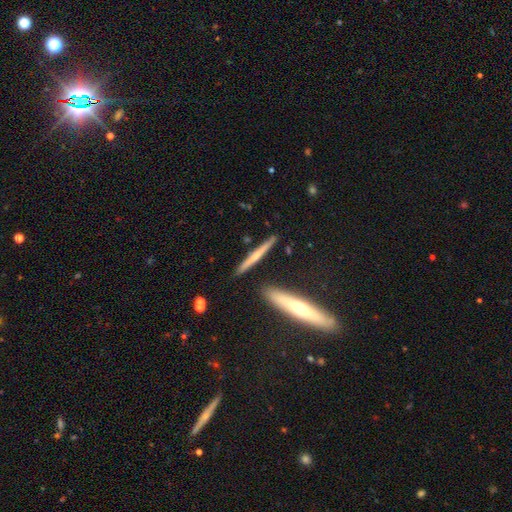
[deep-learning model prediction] A featured or disk galaxy (54%) viewed edge-on (97%) with a rounded central bulge (48%).

Vote fractions:
- Smooth or featured? featured or disk: 54% / smooth: 40% / star or artifact: 6%
- Edge-on disk? yes: 97% / no: 3%
- Edge-on bulge? rounded: 48% / none: 45% / boxy: 7%
- Merging? none: 88% / minor disturbance: 7% / merger: 3% / major disturbance: 2%